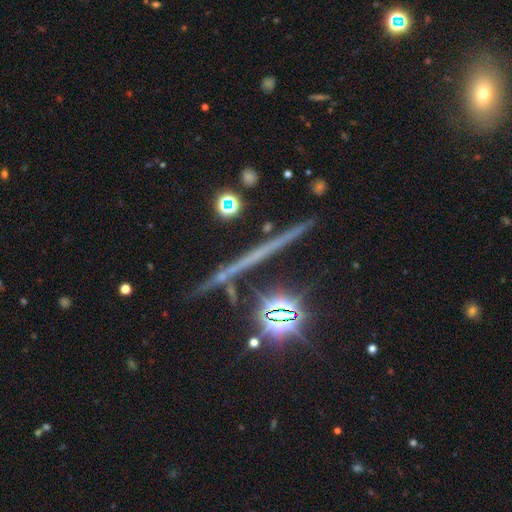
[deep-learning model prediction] star or artifact 44%, featured or disk 39%, smooth 17%.